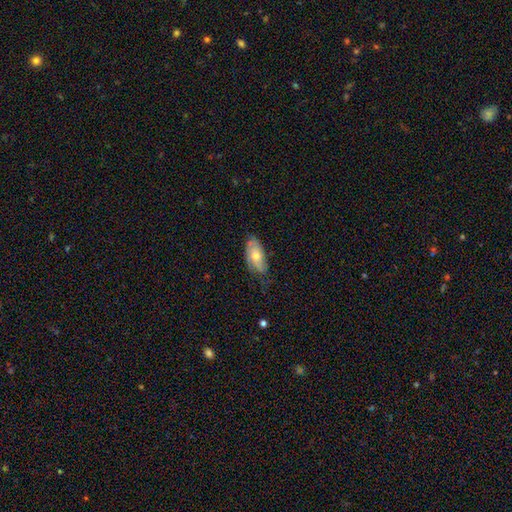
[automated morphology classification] smooth_or_featured: smooth (p=0.53) [alt: featured or disk p=0.41]
how_rounded: in between (p=0.87) [alt: cigar-shaped p=0.10]
merging: none (p=0.61) [alt: minor disturbance p=0.30]